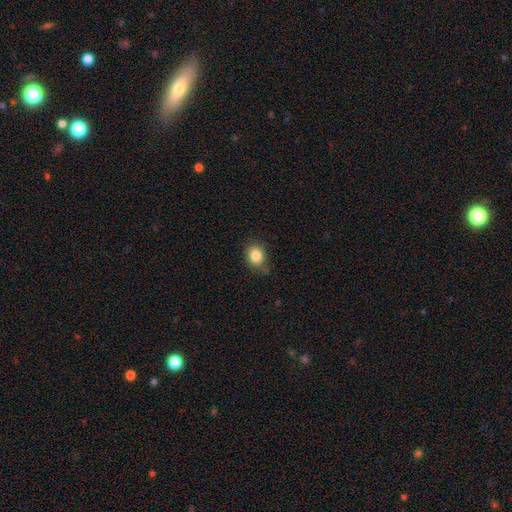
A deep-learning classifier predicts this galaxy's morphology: The model was most divided on "how rounded": round: 55%, in between: 44%, cigar-shaped: 1%. More confident: smooth or featured — smooth (84%); merging — none (72%).